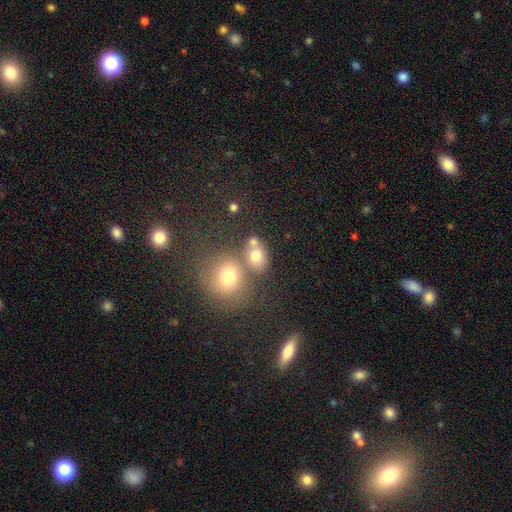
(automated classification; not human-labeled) This is likely a smooth galaxy (73%). How rounded: possibly round (58%). Merging: possibly none (47%).